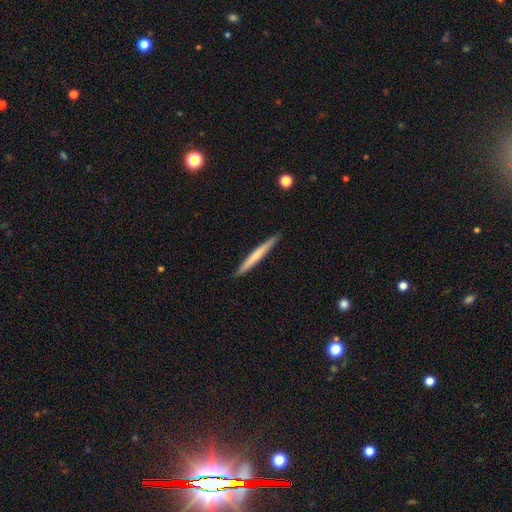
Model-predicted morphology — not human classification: This is likely a smooth galaxy (61%). How rounded: clearly cigar-shaped (97%). Merging: clearly none (92%).